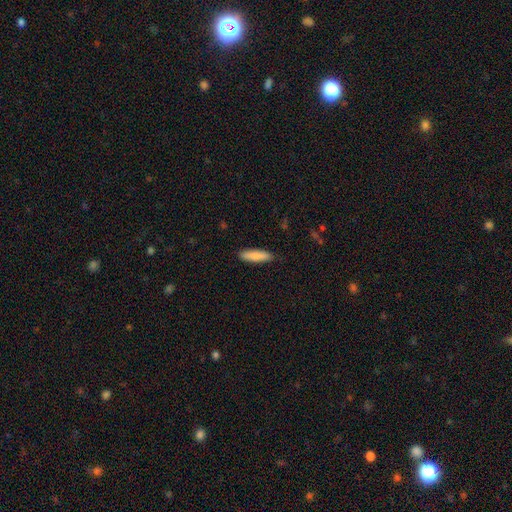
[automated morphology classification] The model was most divided on "how rounded": cigar-shaped: 69%, in between: 29%, round: 2%. More confident: merging — none (90%); smooth or featured — smooth (84%).